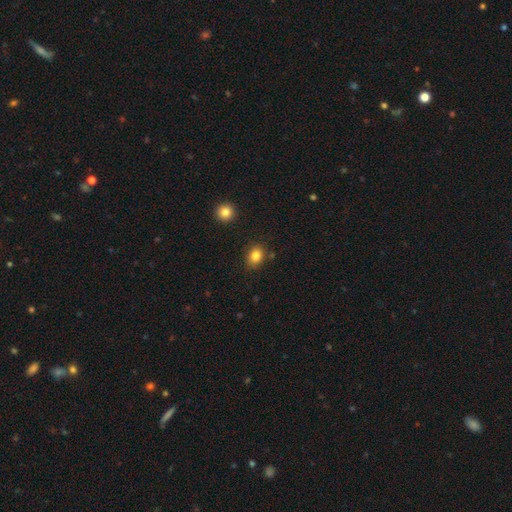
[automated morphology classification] smooth-or-featured: smooth: 84% | star or artifact: 10% | featured or disk: 6%
  how-rounded: in between: 52% | round: 47% | cigar-shaped: 1%
  merging: none: 83% | minor disturbance: 11% | merger: 3% | major disturbance: 3%